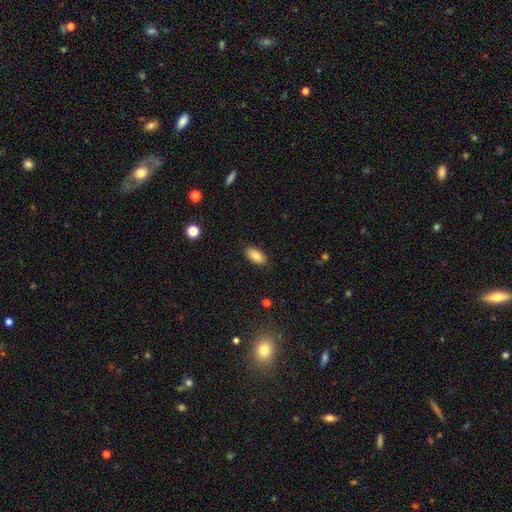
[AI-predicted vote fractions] Morphology: type=smooth (83%); roundness=in between (91%); merging=none (87%).